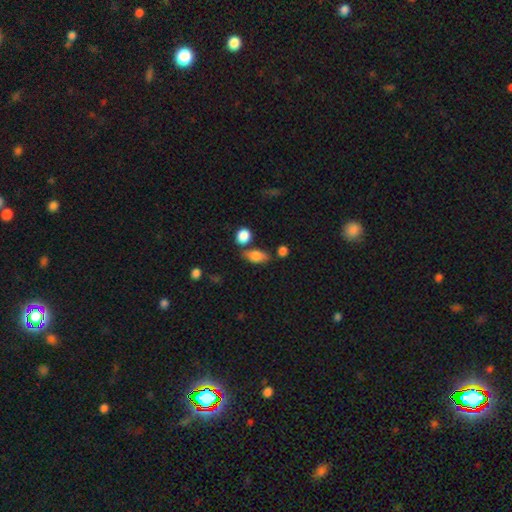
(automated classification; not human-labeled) A smooth galaxy with no disk features (79%) that is in between round and cigar-shaped (82%). Merging: none (67%).